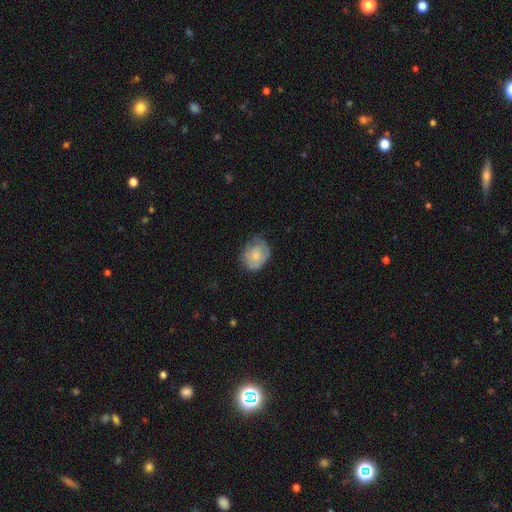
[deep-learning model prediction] Q: Smooth or featured?
A: smooth (64%); runner-up: featured or disk (28%)
Q: How rounded?
A: round (51%); runner-up: in between (48%)
Q: Merging?
A: none (55%); runner-up: minor disturbance (32%)